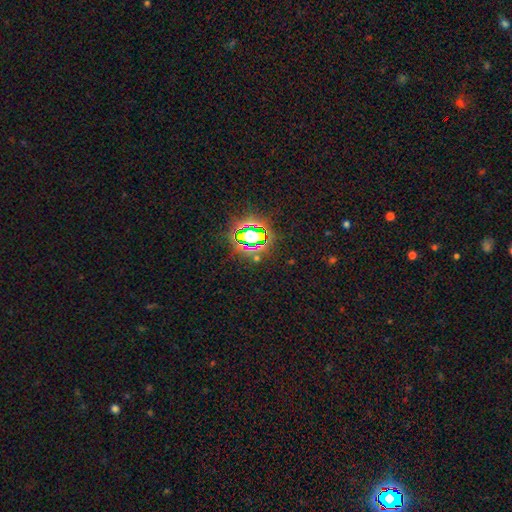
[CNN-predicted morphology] Smooth or featured? star or artifact (77%)